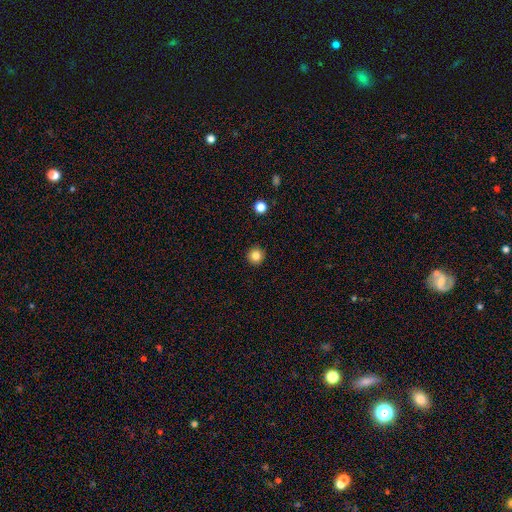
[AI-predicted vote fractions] Overall: smooth (83%). How rounded: round (95%). Merging: none (93%).